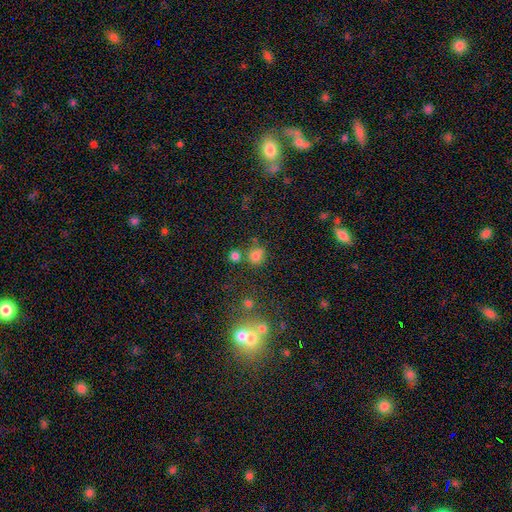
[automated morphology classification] smooth_or_featured: smooth (p=0.76) [alt: star or artifact p=0.18]
how_rounded: round (p=0.77) [alt: in between p=0.22]
merging: none (p=0.65) [alt: merger p=0.16]